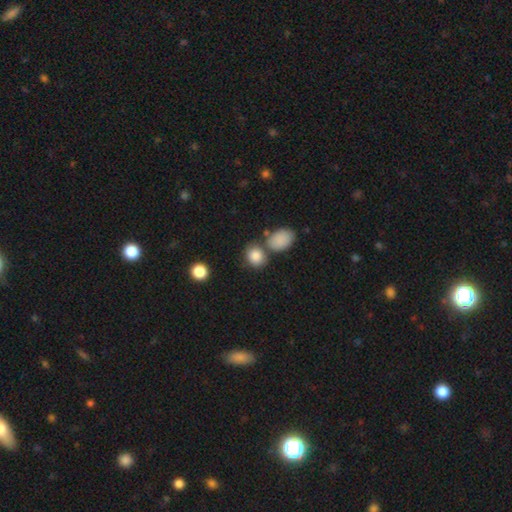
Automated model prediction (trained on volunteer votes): Overall: smooth (86%). How rounded: round (60%; in between 39%). Merging: none (61%; merger 23%).